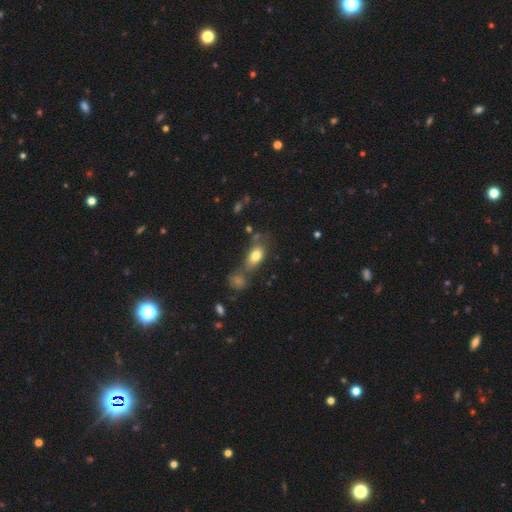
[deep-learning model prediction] Smooth or featured? Predicted: smooth (p=0.78). How rounded? Predicted: in between (p=0.85). Merging? Predicted: none (p=0.52).